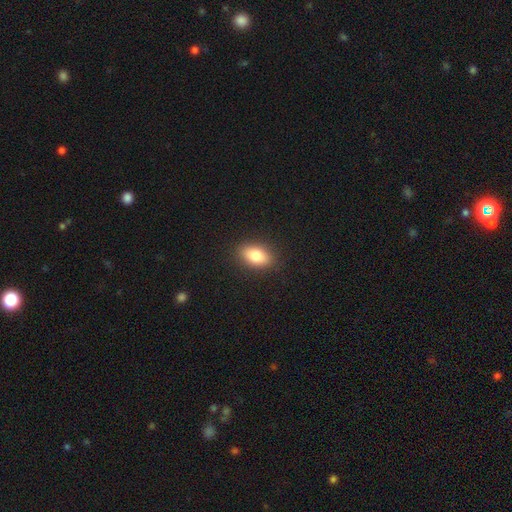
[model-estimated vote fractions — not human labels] Smooth or featured? smooth (82%)
How rounded? in between (87%)
Merging? none (88%)